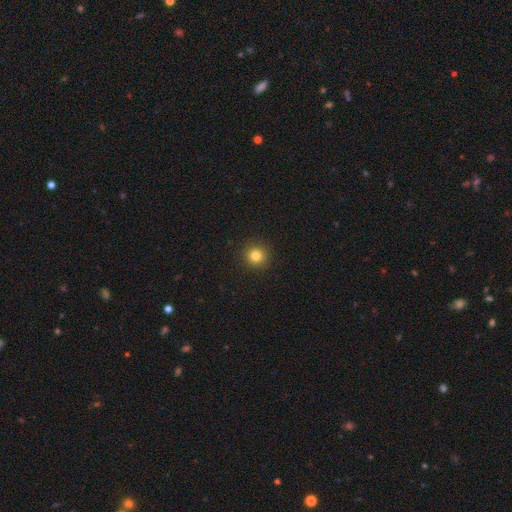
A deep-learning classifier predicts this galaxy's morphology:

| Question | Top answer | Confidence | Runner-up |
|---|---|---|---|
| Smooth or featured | smooth | 82% | star or artifact (13%) |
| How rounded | round | 94% | in between (5%) |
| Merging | none | 93% | minor disturbance (5%) |